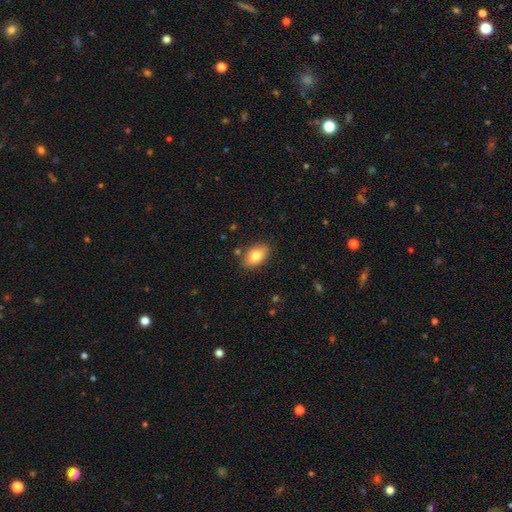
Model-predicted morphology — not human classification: Overall: smooth (80%). How rounded: in between (90%). Merging: none (84%).